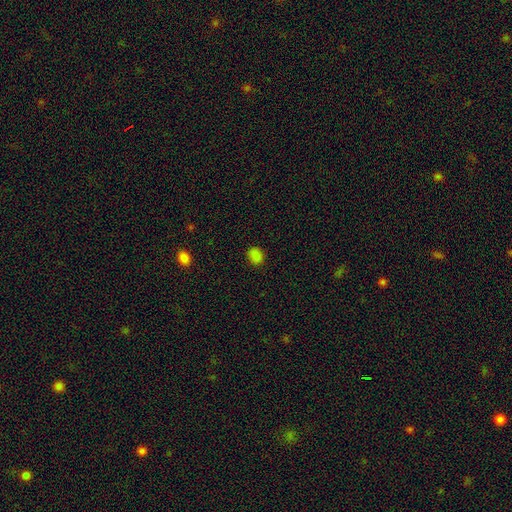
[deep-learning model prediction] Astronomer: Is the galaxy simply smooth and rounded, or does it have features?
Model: smooth — 83%.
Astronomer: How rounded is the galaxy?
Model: in between — 57% (runner-up: round, 42%).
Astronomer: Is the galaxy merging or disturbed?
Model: none — 86%.